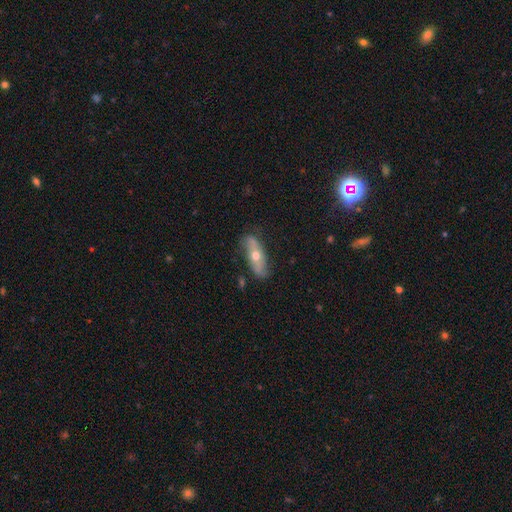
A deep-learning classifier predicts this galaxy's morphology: A featured or disk galaxy (50%). Merging: none (77%).